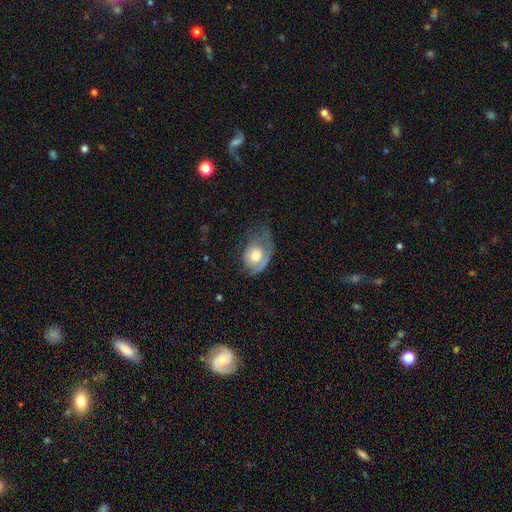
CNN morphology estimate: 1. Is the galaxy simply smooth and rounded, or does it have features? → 55% smooth, 38% featured or disk, 7% star or artifact.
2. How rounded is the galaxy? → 72% in between, 26% round, 1% cigar-shaped.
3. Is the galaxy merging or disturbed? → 37% major disturbance, 33% minor disturbance, 27% none, 2% merger.